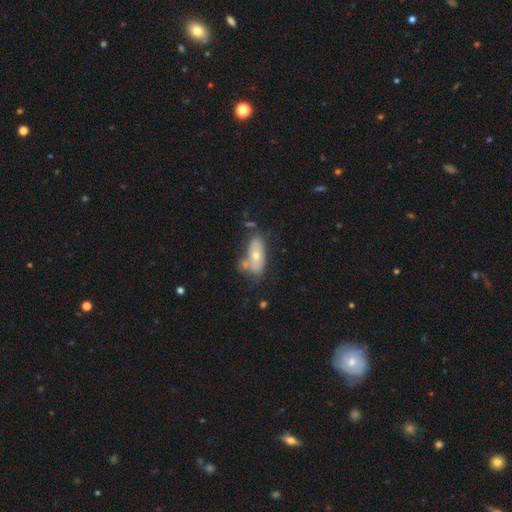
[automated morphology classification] The model was most divided on "smooth or featured": smooth: 58%, featured or disk: 35%, star or artifact: 7%. More confident: how rounded — in between (83%); merging — none (52%).